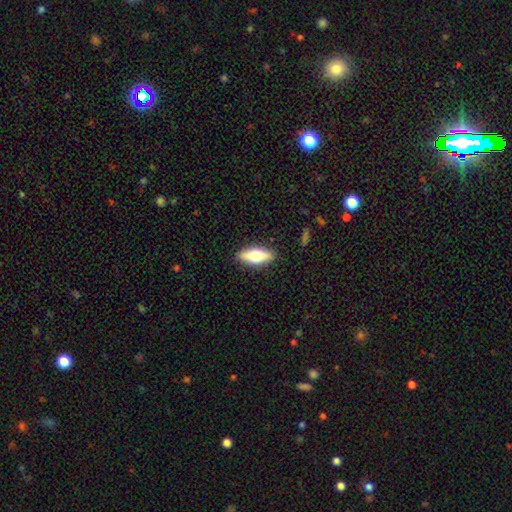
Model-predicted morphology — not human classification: Q: Smooth or featured?
A: smooth (65%); runner-up: featured or disk (29%)
Q: How rounded?
A: in between (72%); runner-up: cigar-shaped (25%)
Q: Merging?
A: none (88%); runner-up: minor disturbance (9%)